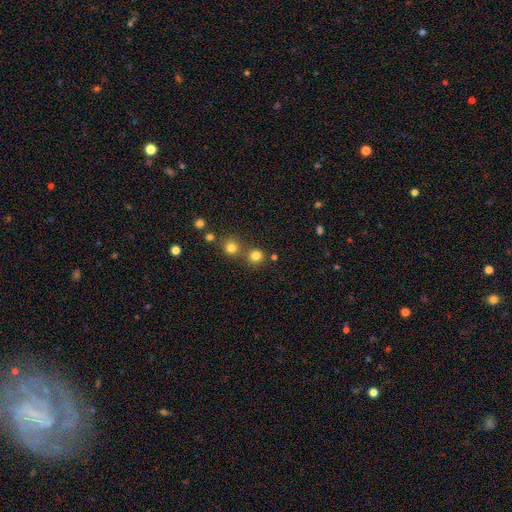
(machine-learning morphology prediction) smooth-or-featured: smooth: 79% | star or artifact: 16% | featured or disk: 6%
  how-rounded: round: 90% | in between: 9% | cigar-shaped: 1%
  merging: none: 70% | merger: 21% | minor disturbance: 7% | major disturbance: 3%